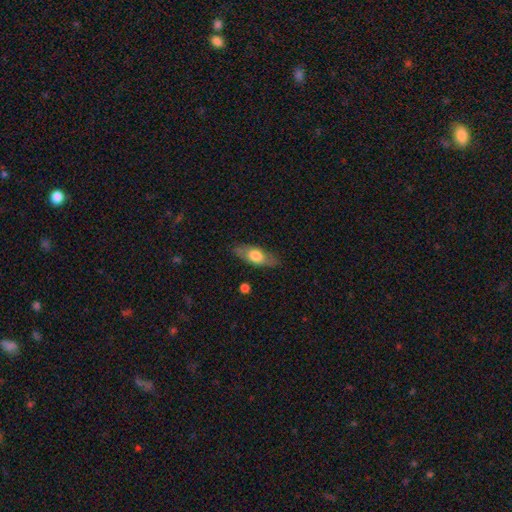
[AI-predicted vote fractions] Smooth or featured: smooth — 60% (featured or disk — 34%)
How rounded: in between — 73% (cigar-shaped — 23%)
Merging: none — 80% (minor disturbance — 14%)